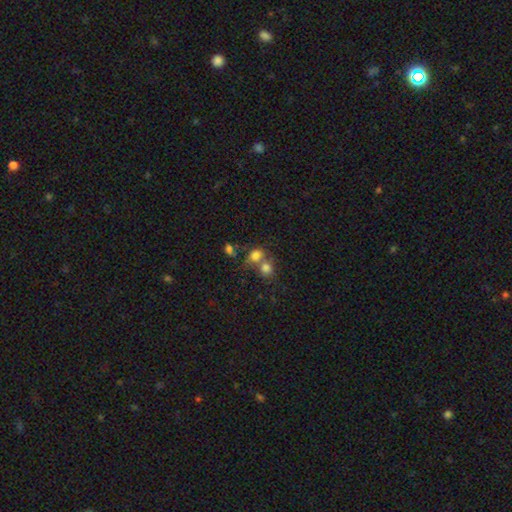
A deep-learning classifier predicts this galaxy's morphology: smooth-or-featured: smooth: 76% | star or artifact: 13% | featured or disk: 11%
  how-rounded: round: 56% | in between: 42% | cigar-shaped: 1%
  merging: merger: 54% | none: 32% | minor disturbance: 9% | major disturbance: 5%